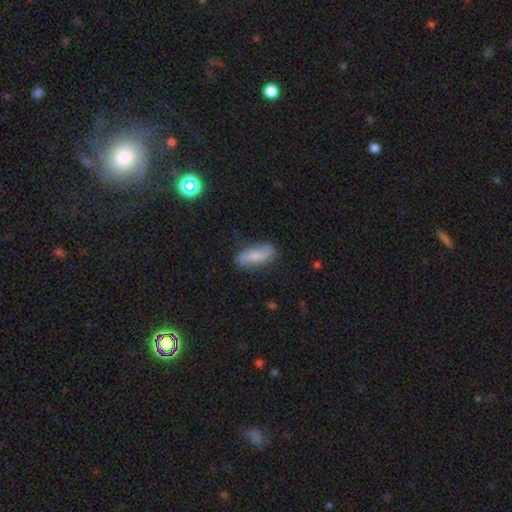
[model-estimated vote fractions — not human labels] This appears to be a smooth galaxy with no disk features (58%) that is in between round and cigar-shaped (63%). Merging: none (71%).